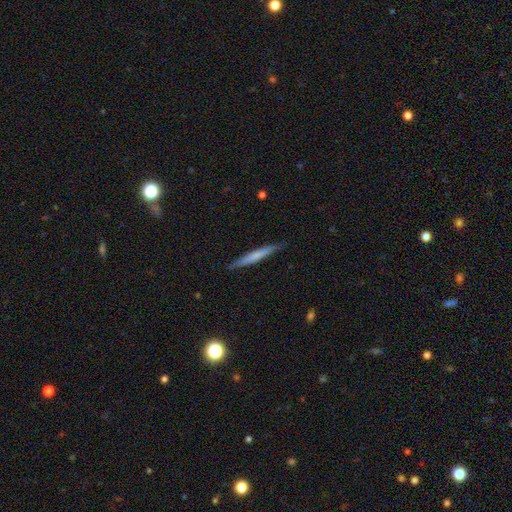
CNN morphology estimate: Q: Smooth or featured?
A: smooth (59%); runner-up: featured or disk (35%)
Q: How rounded?
A: cigar-shaped (96%); runner-up: in between (3%)
Q: Merging?
A: none (89%); runner-up: minor disturbance (8%)